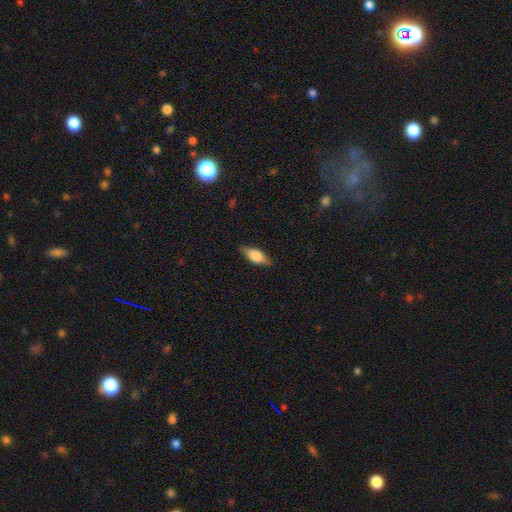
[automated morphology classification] This is likely a smooth galaxy (67%). How rounded: likely in between (75%). Merging: clearly none (83%).